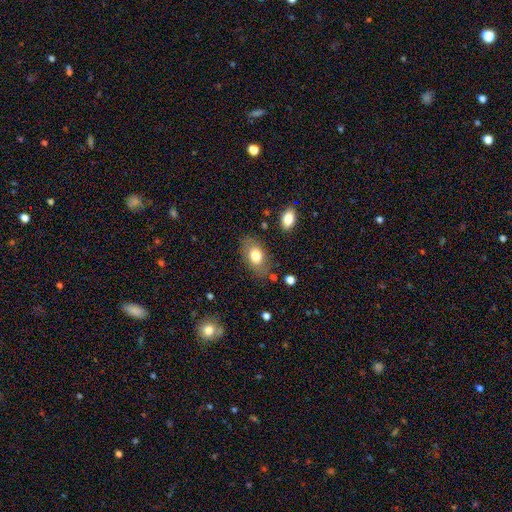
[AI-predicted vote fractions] A smooth galaxy with no disk features (75%) that is in between round and cigar-shaped (88%).

Vote fractions:
- Smooth or featured? smooth: 75% / featured or disk: 17% / star or artifact: 8%
- How rounded? in between: 88% / round: 10% / cigar-shaped: 2%
- Merging? none: 76% / minor disturbance: 16% / major disturbance: 5% / merger: 3%